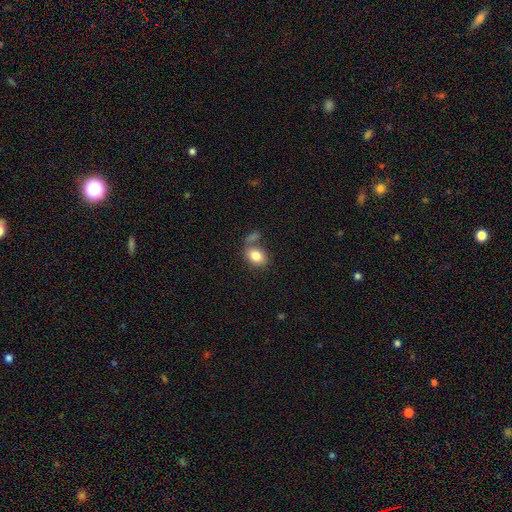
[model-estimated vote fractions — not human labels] smooth_or_featured: smooth (p=0.84) [alt: featured or disk p=0.09]
how_rounded: in between (p=0.70) [alt: round p=0.28]
merging: none (p=0.50) [alt: merger p=0.27]